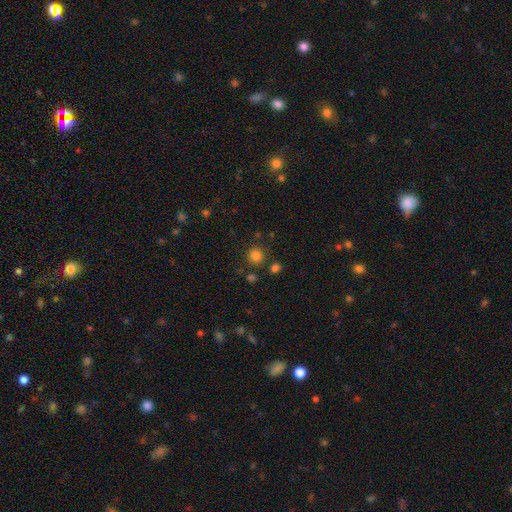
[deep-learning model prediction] smooth 81%, star or artifact 14%, featured or disk 5%. Down the decision tree: how rounded — round (91%); merging — none (83%).